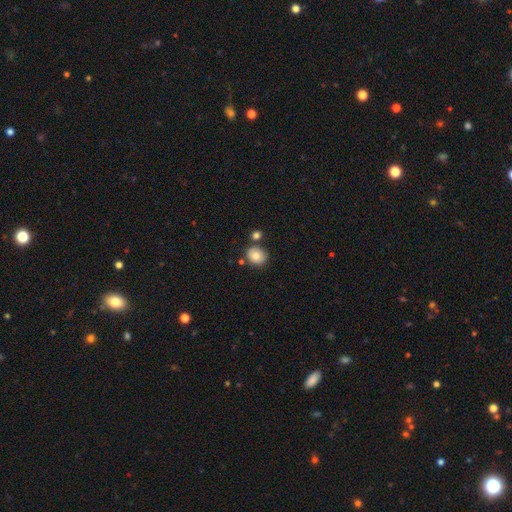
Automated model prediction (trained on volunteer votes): Smooth or featured? smooth (81%)
How rounded? round (68%)
Merging? none (73%)